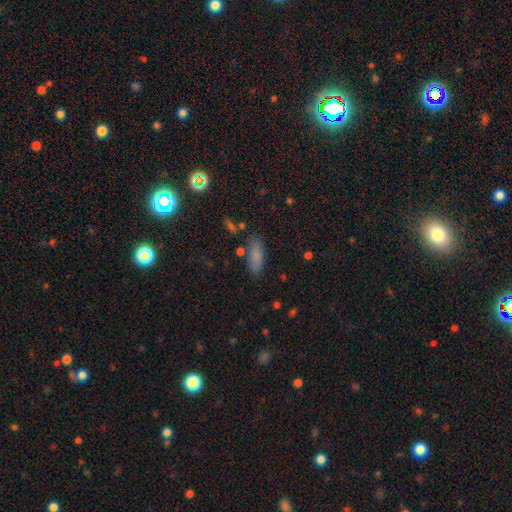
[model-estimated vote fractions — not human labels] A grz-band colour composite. It shows a smooth galaxy with no disk features (81%) that is in between round and cigar-shaped (78%). Merging: none (77%).